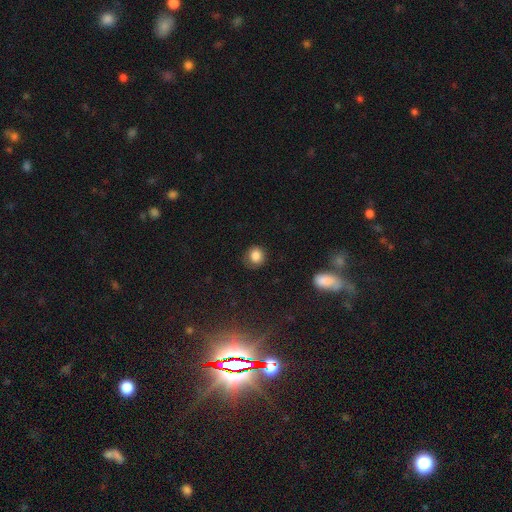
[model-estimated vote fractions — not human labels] Smooth or featured?
  - smooth: 84% *
  - star or artifact: 11%
  - featured or disk: 5%
How rounded?
  - round: 85% *
  - in between: 14%
  - cigar-shaped: 1%
Merging?
  - none: 81% *
  - minor disturbance: 14%
  - major disturbance: 4%
  - merger: 1%